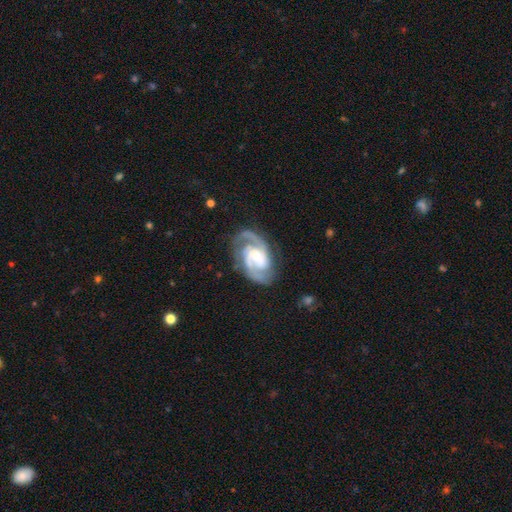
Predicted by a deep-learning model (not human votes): featured or disk 91%, smooth 4%, star or artifact 4%. Down the decision tree: edge-on disk — no (98%); bar — no (49%); spiral arms — yes (98%); spiral arm count — 2 (73%); spiral winding — medium (51%); bulge size — moderate (46%); merging — none (75%).